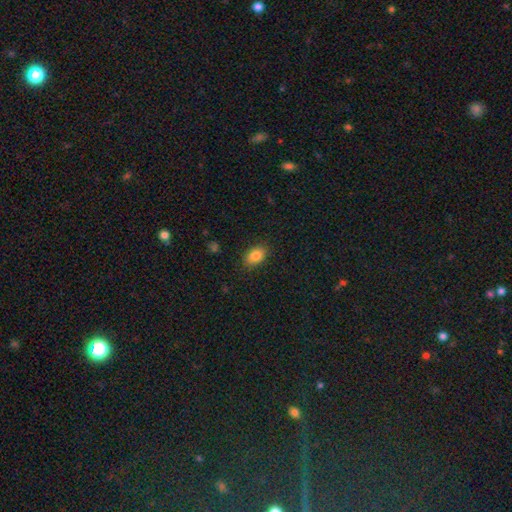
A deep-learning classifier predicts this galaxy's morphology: Smooth or featured?
  - smooth: 85% *
  - star or artifact: 8%
  - featured or disk: 7%
How rounded?
  - in between: 85% *
  - round: 14%
  - cigar-shaped: 1%
Merging?
  - none: 86% *
  - minor disturbance: 10%
  - major disturbance: 3%
  - merger: 1%